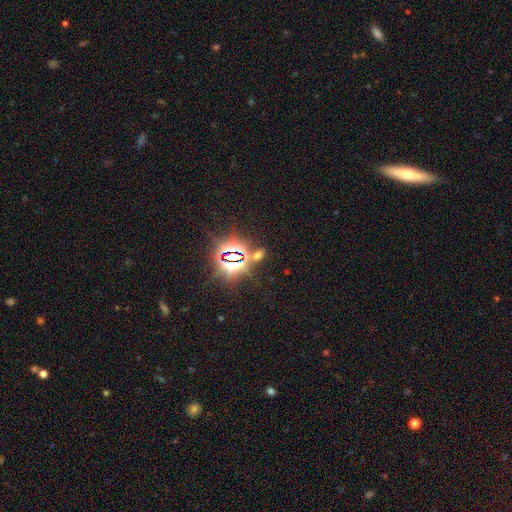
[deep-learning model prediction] Q: Smooth or featured?
A: star or artifact (78%); runner-up: smooth (15%)